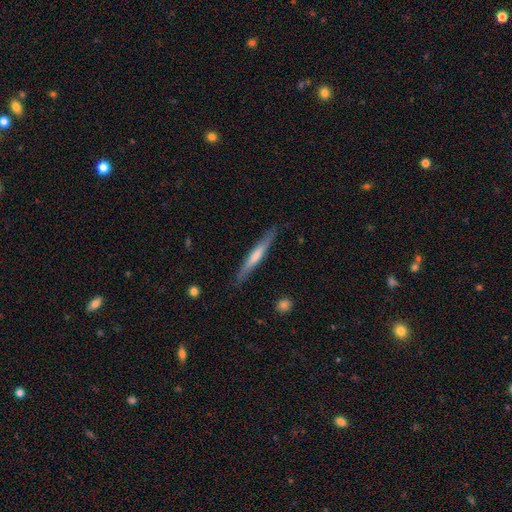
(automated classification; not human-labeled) Smooth or featured?
  - featured or disk: 63% *
  - smooth: 30%
  - star or artifact: 7%
Edge-on disk?
  - yes: 97% *
  - no: 3%
Edge-on bulge?
  - rounded: 68% *
  - none: 24%
  - boxy: 8%
Merging?
  - none: 89% *
  - minor disturbance: 8%
  - major disturbance: 2%
  - merger: 1%